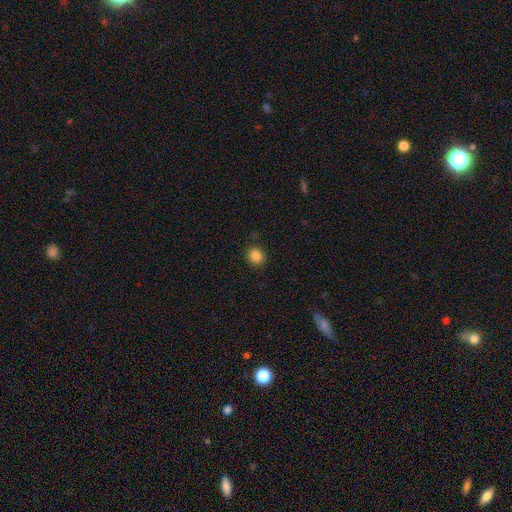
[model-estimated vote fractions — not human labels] smooth-or-featured: smooth: 85% | star or artifact: 11% | featured or disk: 4%
  how-rounded: round: 86% | in between: 13% | cigar-shaped: 1%
  merging: none: 89% | minor disturbance: 8% | major disturbance: 2% | merger: 1%